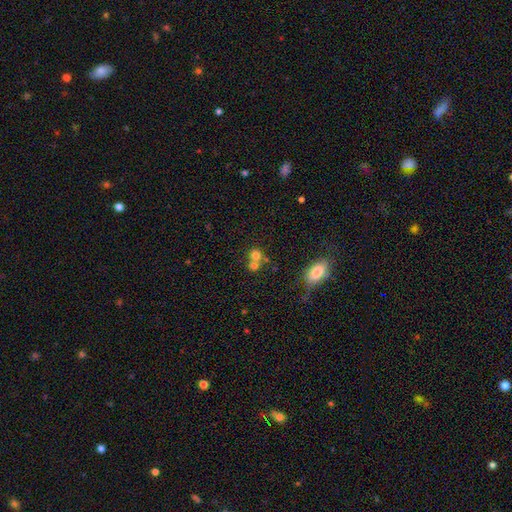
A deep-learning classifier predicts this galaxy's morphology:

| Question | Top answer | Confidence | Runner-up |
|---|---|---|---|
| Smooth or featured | smooth | 73% | star or artifact (14%) |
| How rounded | round | 80% | in between (19%) |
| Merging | merger | 51% | none (39%) |